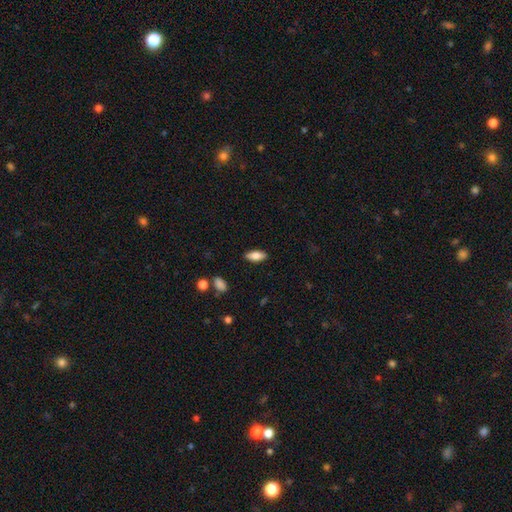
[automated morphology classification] The model was most divided on "how rounded": in between: 80%, cigar-shaped: 18%, round: 2%. More confident: merging — none (88%); smooth or featured — smooth (78%).